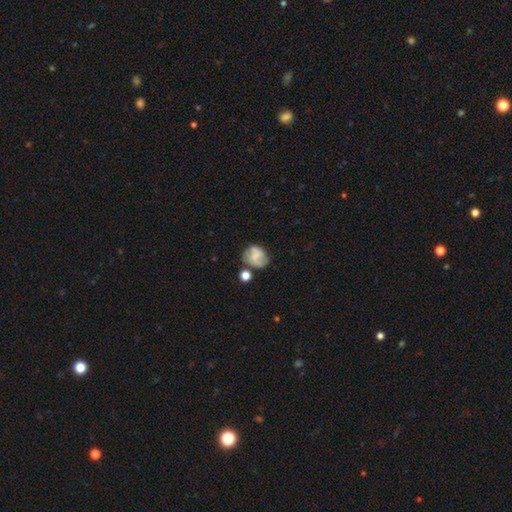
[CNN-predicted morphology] A smooth galaxy with no disk features (60%) that is round (56%). Merging: none (52%).